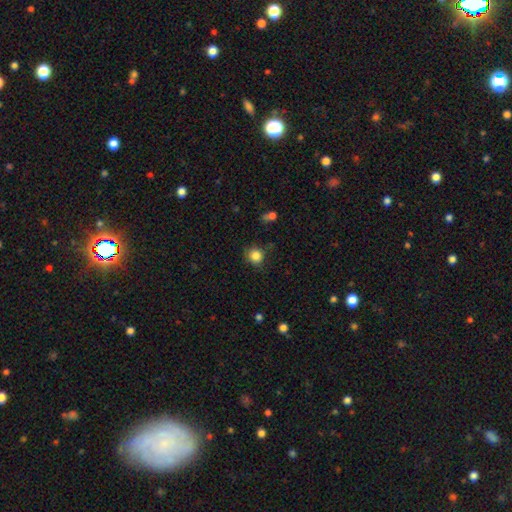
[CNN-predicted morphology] The model was most divided on "merging": none: 75%, minor disturbance: 18%, major disturbance: 5%, merger: 2%. More confident: how rounded — round (86%); smooth or featured — smooth (84%).